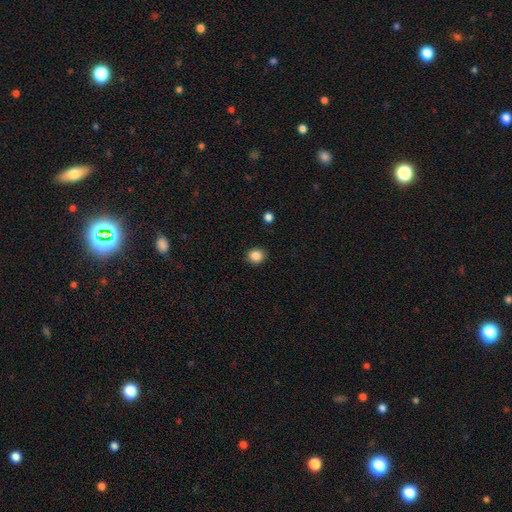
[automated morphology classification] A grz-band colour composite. It shows a smooth galaxy with no disk features (85%) that is round (79%). Merging: none (90%).